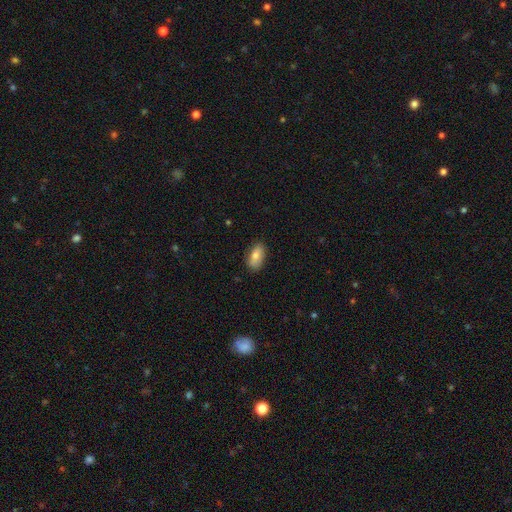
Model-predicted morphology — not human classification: smooth-or-featured: smooth: 76% | featured or disk: 16% | star or artifact: 7%
  how-rounded: in between: 90% | cigar-shaped: 6% | round: 4%
  merging: none: 84% | minor disturbance: 13% | major disturbance: 2% | merger: 1%